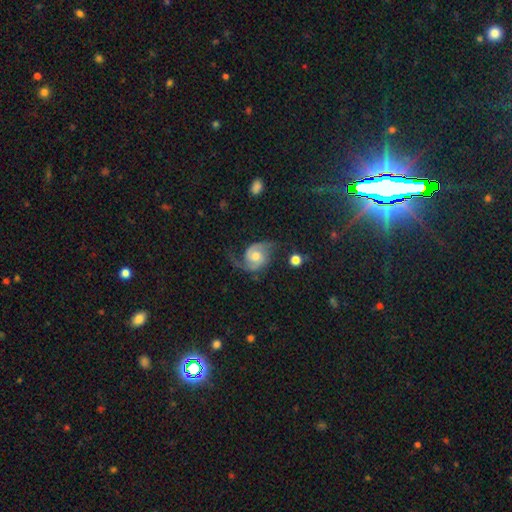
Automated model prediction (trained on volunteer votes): Smooth or featured: featured or disk — 85% (smooth — 9%)
Edge-on disk: no — 98% (yes — 2%)
Bar: no — 65% (weak — 30%)
Spiral arms: yes — 97% (no — 3%)
Spiral winding: medium — 50% (loose — 27%)
Spiral arm count: 2 — 90% (1 — 4%)
Bulge size: moderate — 65% (small — 20%)
Merging: none — 63% (minor disturbance — 21%)